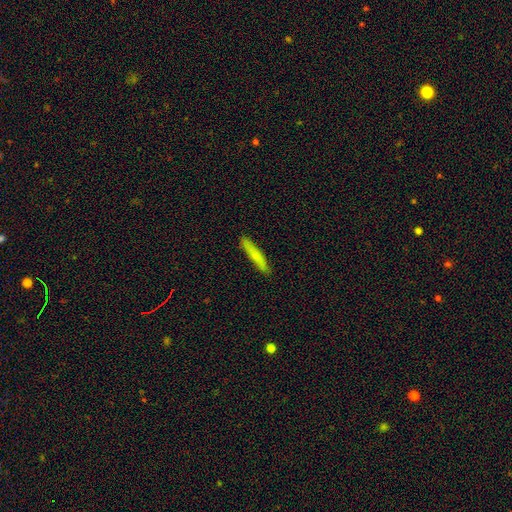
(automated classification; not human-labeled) The model was most divided on "smooth or featured": smooth: 69%, featured or disk: 25%, star or artifact: 6%. More confident: how rounded — cigar-shaped (91%); merging — none (88%).